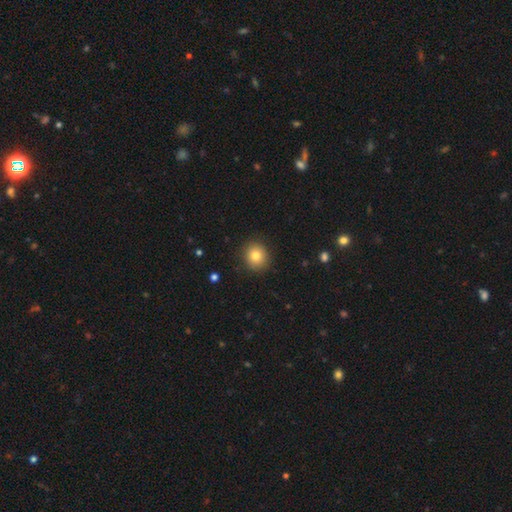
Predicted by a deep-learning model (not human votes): This is clearly a smooth galaxy (81%). How rounded: clearly round (86%). Merging: clearly none (90%).